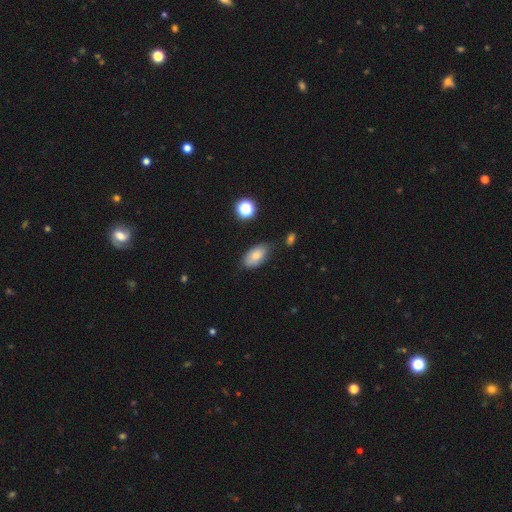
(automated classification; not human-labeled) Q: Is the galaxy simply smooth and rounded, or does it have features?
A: smooth — 78%.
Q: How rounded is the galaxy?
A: in between — 93%.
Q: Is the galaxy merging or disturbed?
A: none — 70%.